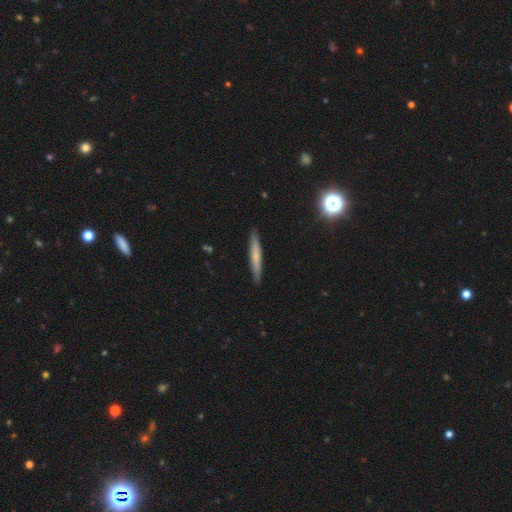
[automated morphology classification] smooth 60%, featured or disk 33%, star or artifact 7%. Down the decision tree: how rounded — cigar-shaped (94%); merging — none (89%).